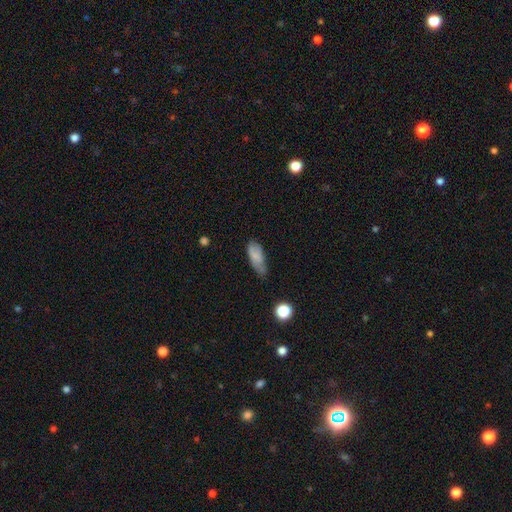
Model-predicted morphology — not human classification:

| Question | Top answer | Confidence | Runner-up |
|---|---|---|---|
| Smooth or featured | smooth | 72% | featured or disk (19%) |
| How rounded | in between | 80% | cigar-shaped (17%) |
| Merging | none | 42% | minor disturbance (41%) |